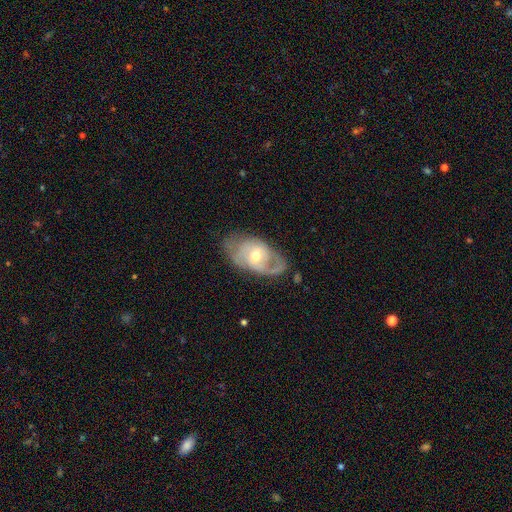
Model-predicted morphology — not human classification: Smooth or featured: featured or disk — 72% (smooth — 22%)
Edge-on disk: no — 93% (yes — 7%)
Bar: no — 70% (weak — 24%)
Spiral arms: yes — 74% (no — 26%)
Spiral winding: tight — 40% (tied with medium — 40%)
Spiral arm count: 2 — 50% (can't tell — 24%)
Bulge size: moderate — 66% (small — 27%)
Merging: none — 58% (minor disturbance — 25%)